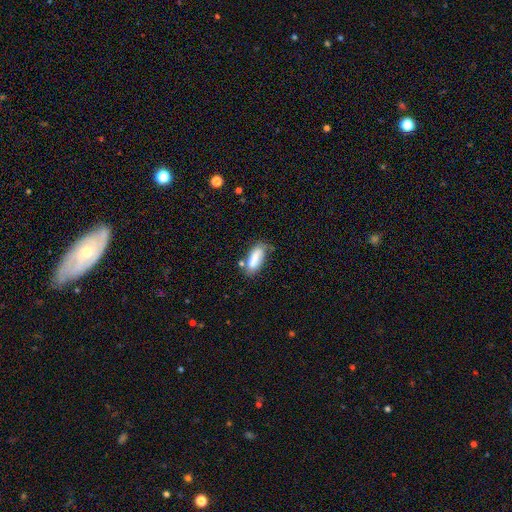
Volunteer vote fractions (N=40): smooth_or_featured: smooth (p=0.75) [alt: featured or disk p=0.23]
how_rounded: in between (p=0.60) [alt: cigar-shaped p=0.37]
merging: none (p=0.41) [alt: minor disturbance p=0.36]